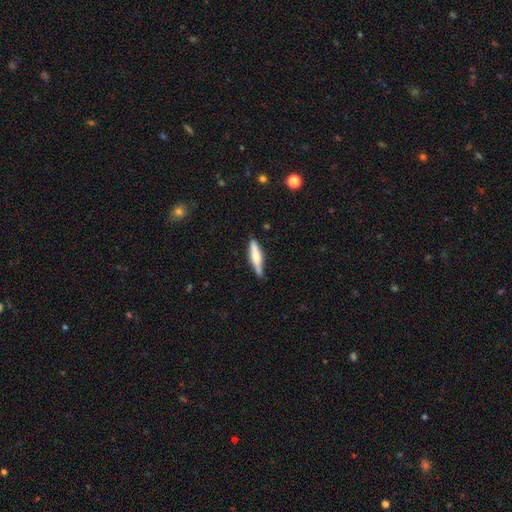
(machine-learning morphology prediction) smooth_or_featured: smooth (p=0.55) [alt: featured or disk p=0.39]
how_rounded: cigar-shaped (p=0.80) [alt: in between p=0.18]
merging: none (p=0.79) [alt: minor disturbance p=0.16]